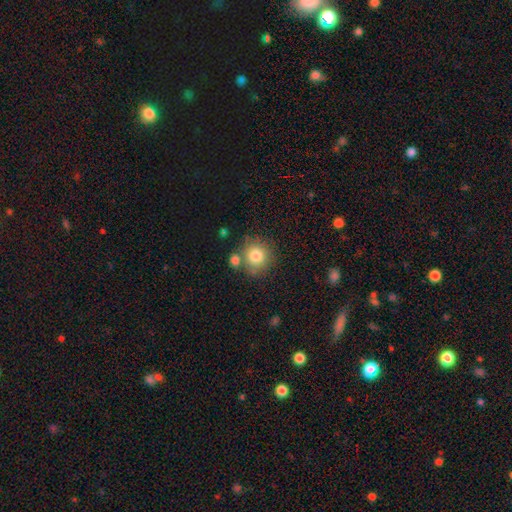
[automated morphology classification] Smooth or featured? Predicted: smooth (p=0.80). How rounded? Predicted: round (p=0.90). Merging? Predicted: none (p=0.69).